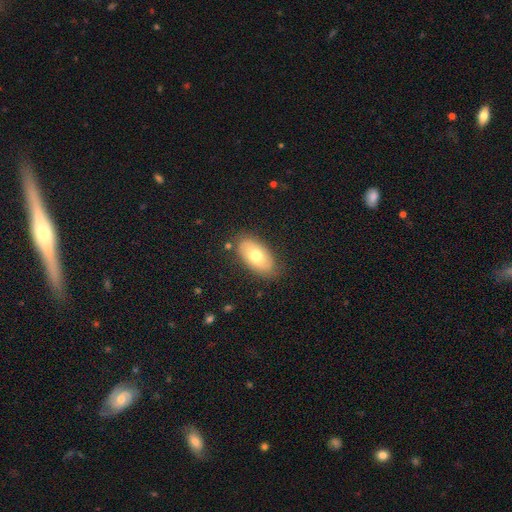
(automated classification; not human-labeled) The model was most divided on "smooth or featured": smooth: 65%, featured or disk: 28%, star or artifact: 7%. More confident: how rounded — in between (93%); merging — none (80%).